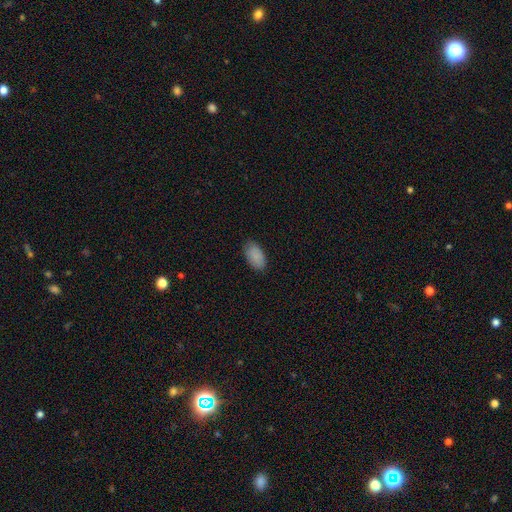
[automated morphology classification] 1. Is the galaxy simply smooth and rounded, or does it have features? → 89% smooth, 7% star or artifact, 5% featured or disk.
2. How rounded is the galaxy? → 95% in between, 3% round, 2% cigar-shaped.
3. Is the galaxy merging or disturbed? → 84% none, 13% minor disturbance, 2% major disturbance, 1% merger.